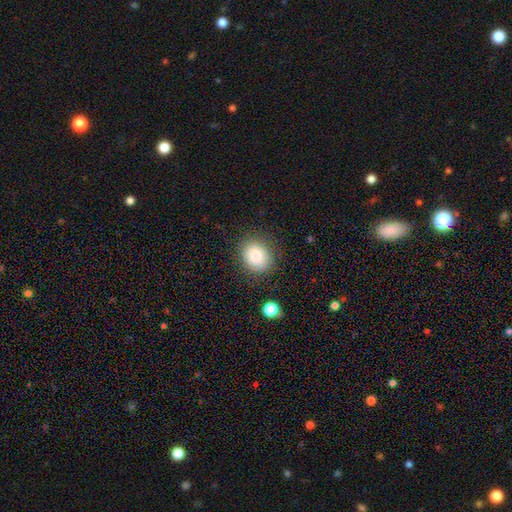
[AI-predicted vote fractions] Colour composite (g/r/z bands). It shows a smooth galaxy with no disk features (84%) that is round (56%). Merging: none (83%).